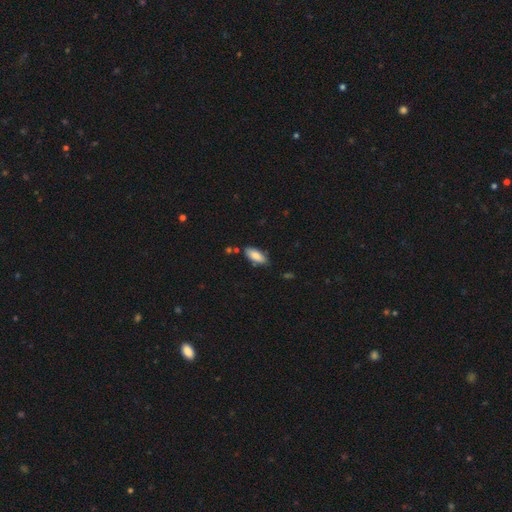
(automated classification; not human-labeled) smooth 85%, featured or disk 9%, star or artifact 6%. Down the decision tree: how rounded — in between (81%); merging — none (79%).